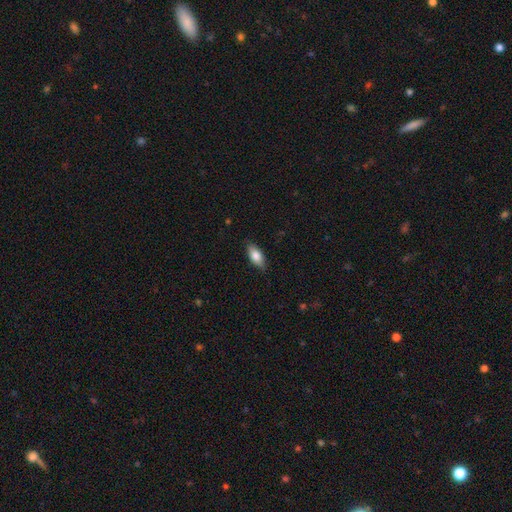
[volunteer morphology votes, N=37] type=smooth (73%); roundness=in between (96%); merging=none (89%).